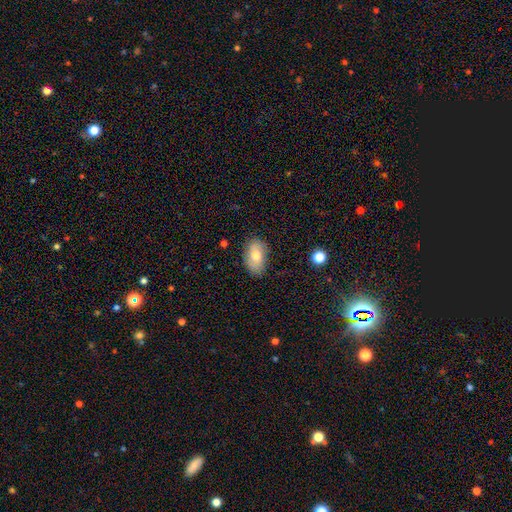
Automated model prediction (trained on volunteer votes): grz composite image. It shows a smooth galaxy with no disk features (71%) that is in between round and cigar-shaped (91%). Merging: none (80%).